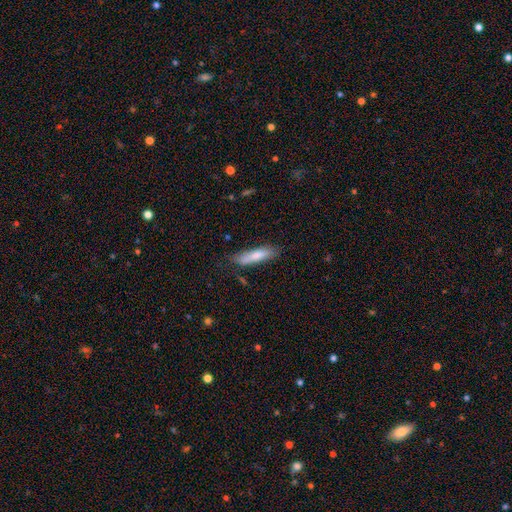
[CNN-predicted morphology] type=smooth (77%); roundness=cigar-shaped (74%); merging=none (74%).